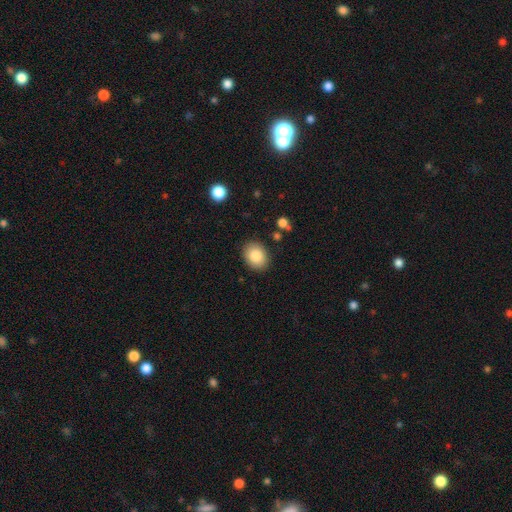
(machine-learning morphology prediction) A smooth galaxy with no disk features (85%) that is in between round and cigar-shaped (59%).

Vote fractions:
- Smooth or featured? smooth: 85% / star or artifact: 8% / featured or disk: 7%
- How rounded? in between: 59% / round: 40% / cigar-shaped: 1%
- Merging? none: 88% / minor disturbance: 8% / major disturbance: 2% / merger: 1%